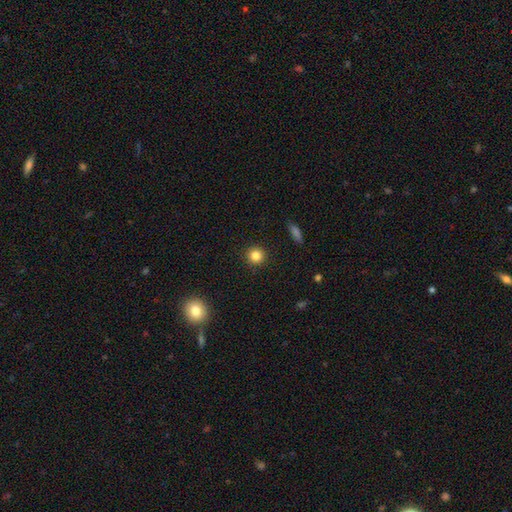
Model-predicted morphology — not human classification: A smooth galaxy with no disk features (83%) that is round (93%). Merging: none (92%).